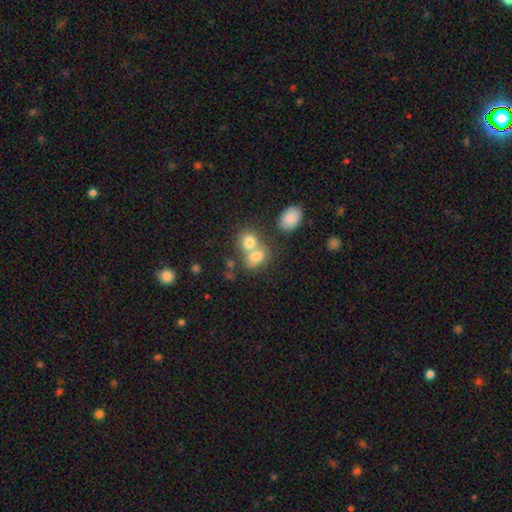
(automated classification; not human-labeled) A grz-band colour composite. It shows a smooth galaxy with no disk features (74%) that is in between round and cigar-shaped (53%). Merging: merger (58%).